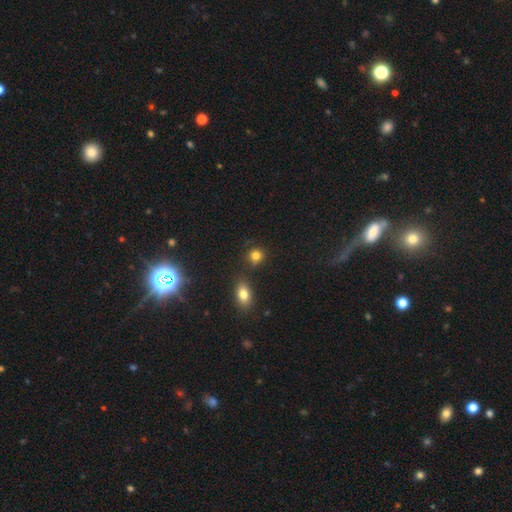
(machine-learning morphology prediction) This appears to be a smooth galaxy with no disk features (79%) that is round (81%). Merging: none (73%).